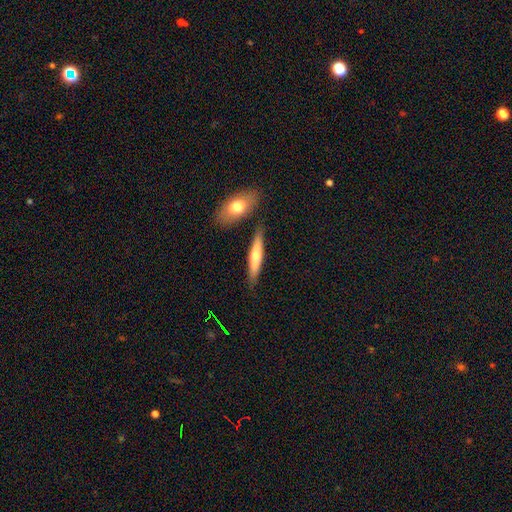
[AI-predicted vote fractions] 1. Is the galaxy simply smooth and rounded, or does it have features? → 56% smooth, 38% featured or disk, 5% star or artifact.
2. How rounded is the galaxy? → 86% cigar-shaped, 13% in between, 2% round.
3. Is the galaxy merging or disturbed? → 83% none, 10% minor disturbance, 5% merger, 2% major disturbance.